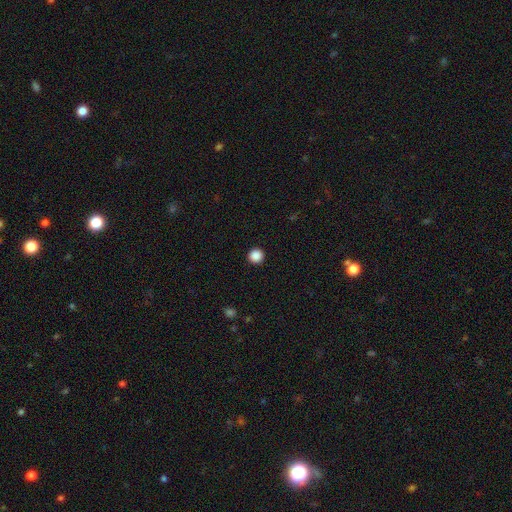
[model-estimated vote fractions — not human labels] smooth 88%, star or artifact 10%, featured or disk 2%. Down the decision tree: how rounded — round (96%); merging — none (94%).